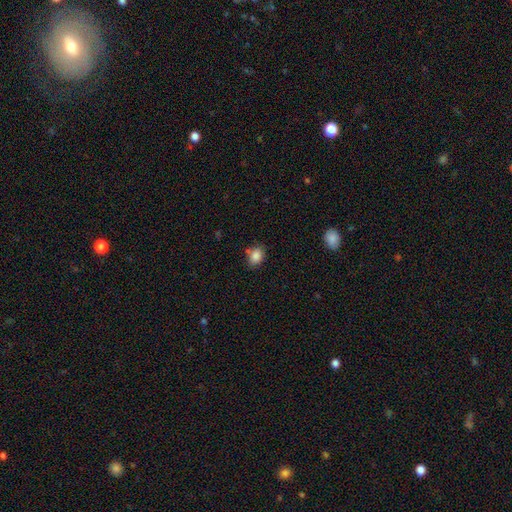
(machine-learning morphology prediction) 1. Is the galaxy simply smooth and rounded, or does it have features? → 85% smooth, 9% star or artifact, 5% featured or disk.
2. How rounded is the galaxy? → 68% in between, 31% round, 1% cigar-shaped.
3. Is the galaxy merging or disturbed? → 70% none, 18% minor disturbance, 8% merger, 4% major disturbance.